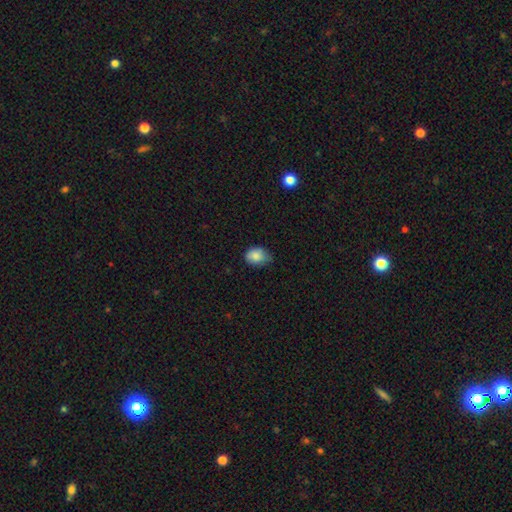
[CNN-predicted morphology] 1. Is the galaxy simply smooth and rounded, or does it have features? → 84% smooth, 9% star or artifact, 7% featured or disk.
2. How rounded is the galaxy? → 62% in between, 37% round, 1% cigar-shaped.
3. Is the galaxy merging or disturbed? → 53% none, 39% minor disturbance, 7% major disturbance, 1% merger.